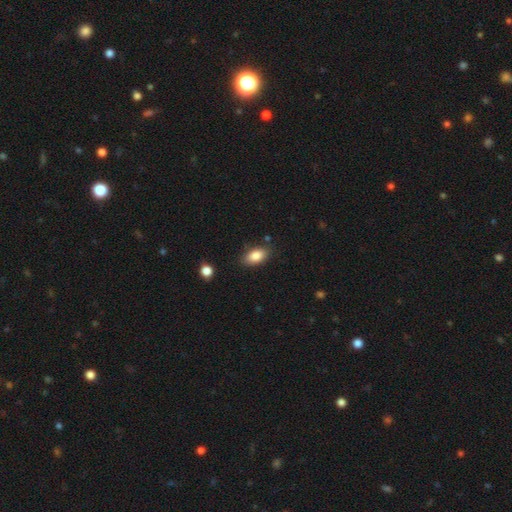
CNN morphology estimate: type=smooth (85%); roundness=in between (90%); merging=none (83%).